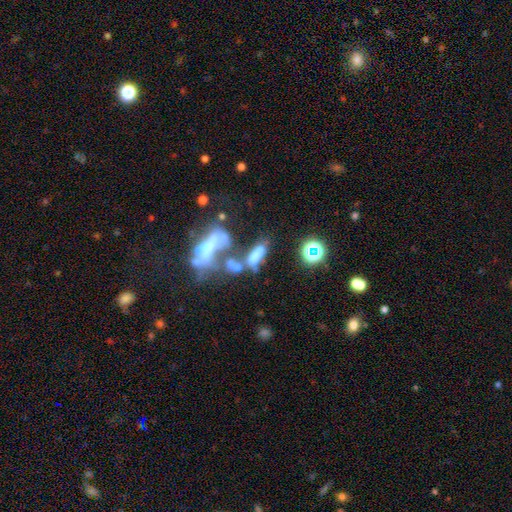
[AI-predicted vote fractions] Morphology: type=smooth (48%); merging=merger (55%).